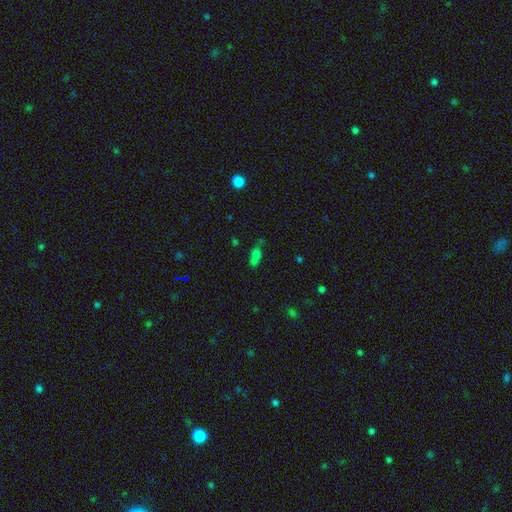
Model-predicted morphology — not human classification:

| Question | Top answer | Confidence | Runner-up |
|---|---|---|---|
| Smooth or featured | smooth | 62% | star or artifact (21%) |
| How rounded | in between | 65% | round (18%) |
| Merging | none | 45% | merger (27%) |